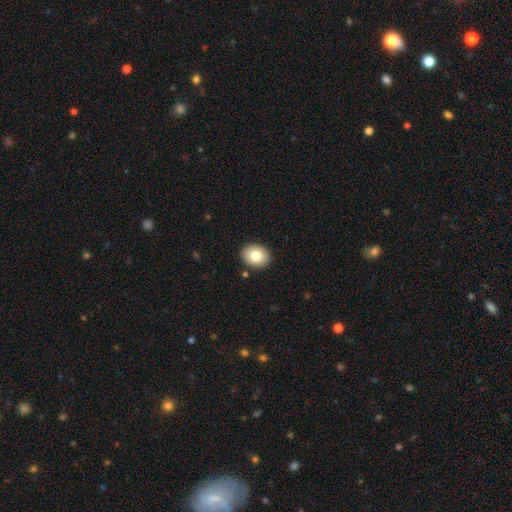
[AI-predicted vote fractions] A smooth galaxy with no disk features (80%) that is in between round and cigar-shaped (52%).

Vote fractions:
- Smooth or featured? smooth: 80% / featured or disk: 12% / star or artifact: 8%
- How rounded? in between: 52% / round: 47% / cigar-shaped: 1%
- Merging? none: 89% / minor disturbance: 7% / major disturbance: 2% / merger: 2%